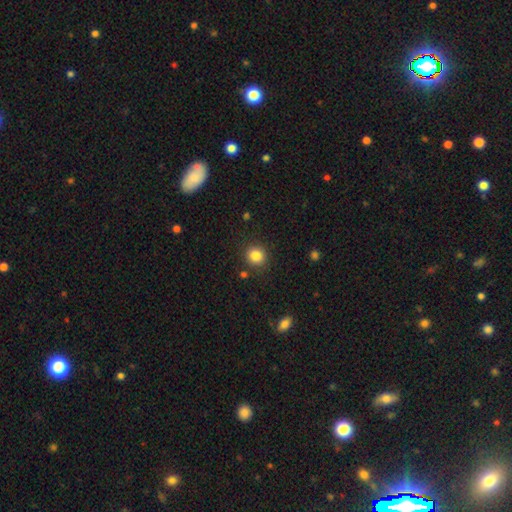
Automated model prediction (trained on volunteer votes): Smooth or featured? smooth (84%)
How rounded? round (86%)
Merging? none (88%)